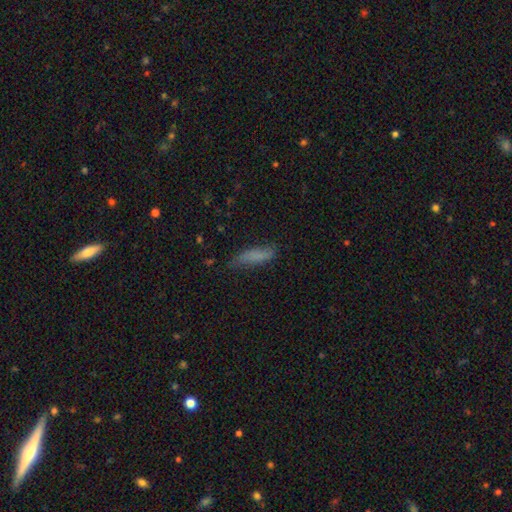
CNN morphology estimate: A smooth galaxy with no disk features (76%) that is cigar-shaped (65%). Merging: none (63%).